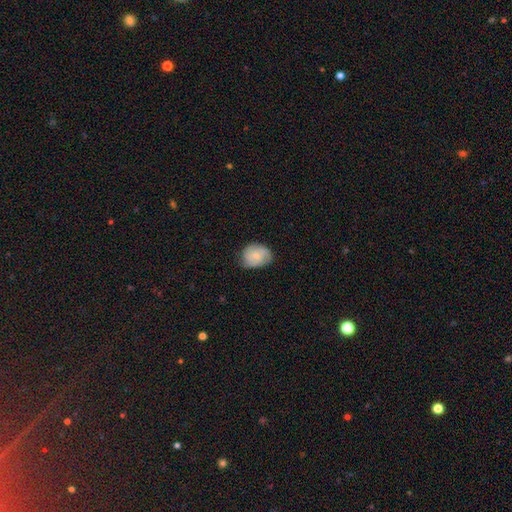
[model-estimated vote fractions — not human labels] smooth 54%, featured or disk 39%, star or artifact 7%. Down the decision tree: how rounded — in between (52%); merging — none (66%).